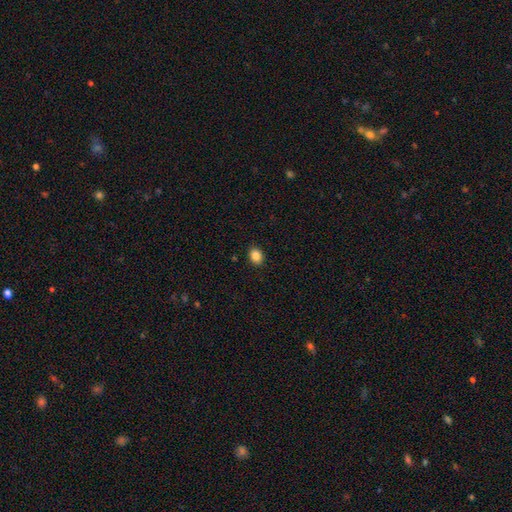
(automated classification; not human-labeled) Q: Smooth or featured?
A: smooth (86%); runner-up: star or artifact (10%)
Q: How rounded?
A: in between (65%); runner-up: round (34%)
Q: Merging?
A: none (90%); runner-up: minor disturbance (7%)